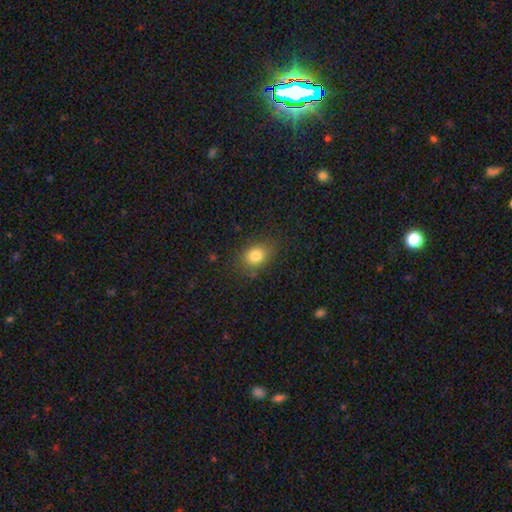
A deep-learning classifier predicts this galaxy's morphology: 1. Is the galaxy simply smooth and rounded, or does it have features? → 80% smooth, 12% star or artifact, 8% featured or disk.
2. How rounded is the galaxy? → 51% in between, 48% round, 1% cigar-shaped.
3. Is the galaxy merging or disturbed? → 79% none, 14% minor disturbance, 5% major disturbance, 2% merger.